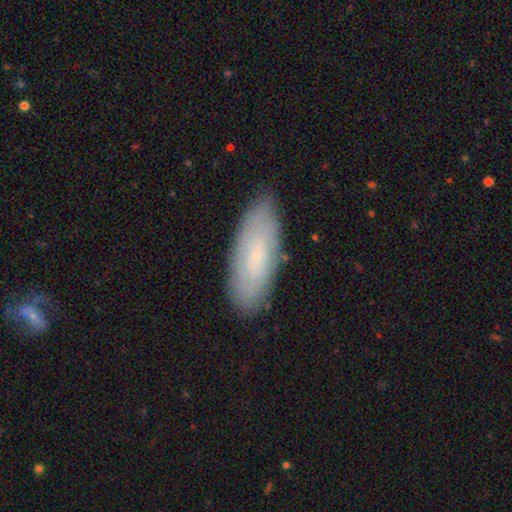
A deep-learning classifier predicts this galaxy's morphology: Overall: smooth (55%; featured or disk 37%). How rounded: in between (72%). Merging: none (83%).